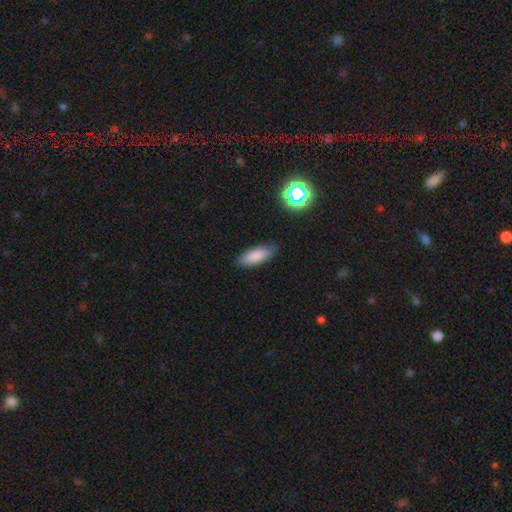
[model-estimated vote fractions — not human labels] This is clearly a smooth galaxy (84%). How rounded: likely in between (76%). Merging: clearly none (83%).